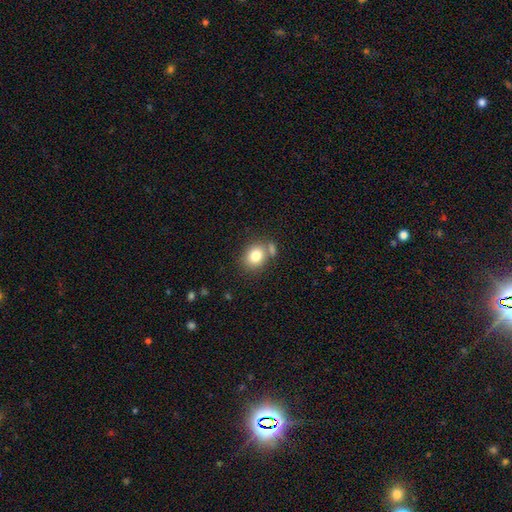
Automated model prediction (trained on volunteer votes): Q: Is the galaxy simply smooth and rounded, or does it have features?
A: smooth — 80%.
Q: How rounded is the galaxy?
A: round — 57%.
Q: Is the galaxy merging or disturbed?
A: none — 63%.